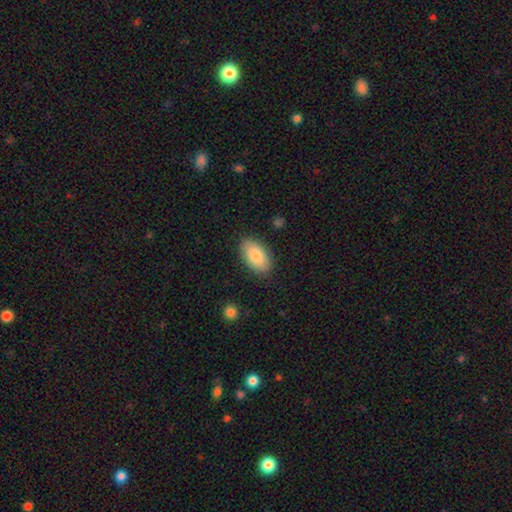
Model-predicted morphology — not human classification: Overall: smooth (83%). How rounded: in between (94%). Merging: none (86%).